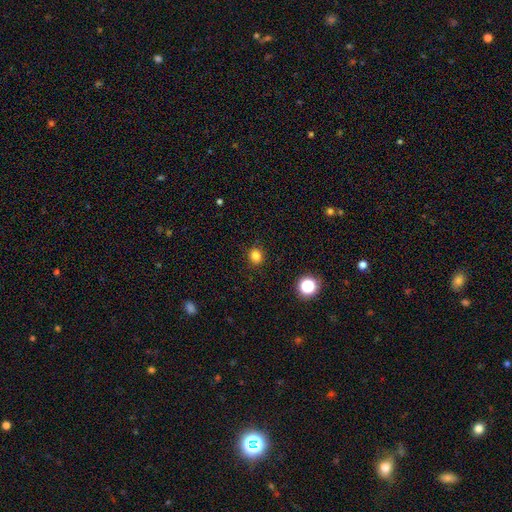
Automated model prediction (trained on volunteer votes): smooth_or_featured: smooth (p=0.82) [alt: star or artifact p=0.14]
how_rounded: round (p=0.75) [alt: in between p=0.24]
merging: none (p=0.89) [alt: minor disturbance p=0.08]